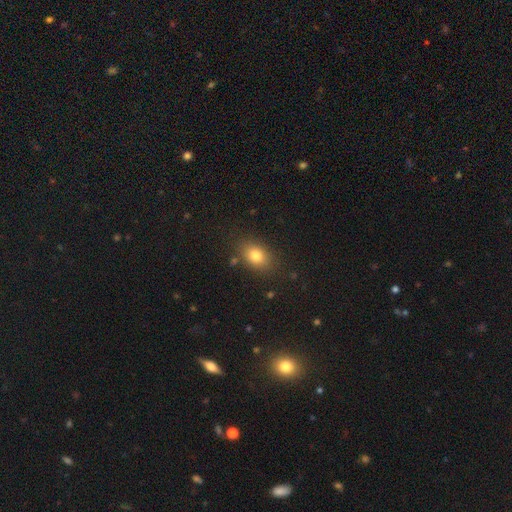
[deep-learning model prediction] This is likely a smooth galaxy (80%). How rounded: likely in between (73%). Merging: clearly none (82%).